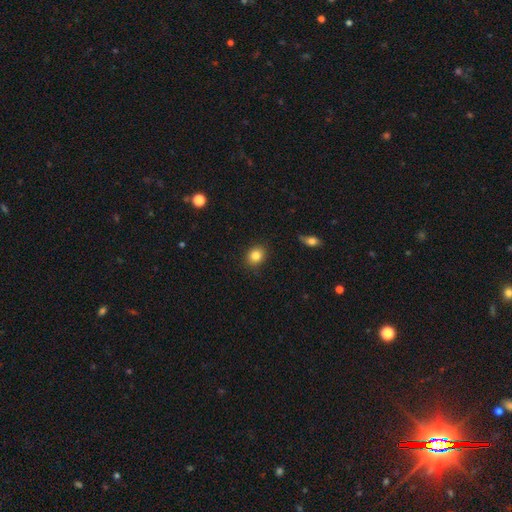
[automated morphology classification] A smooth galaxy with no disk features (84%) that is round (65%).

Vote fractions:
- Smooth or featured? smooth: 84% / star or artifact: 10% / featured or disk: 6%
- How rounded? round: 65% / in between: 34% / cigar-shaped: 1%
- Merging? none: 87% / minor disturbance: 9% / major disturbance: 2% / merger: 1%